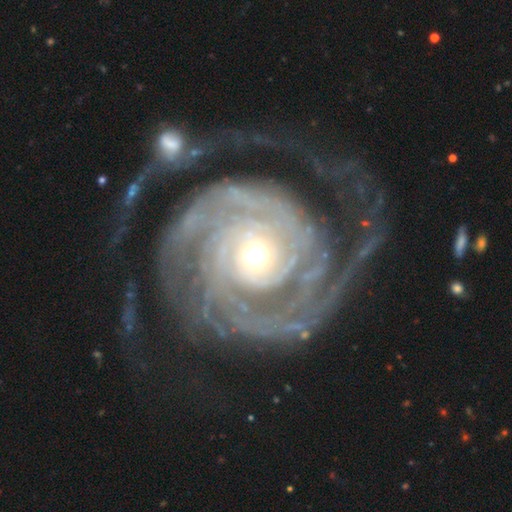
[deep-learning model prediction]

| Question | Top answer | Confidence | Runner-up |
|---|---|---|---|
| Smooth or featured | featured or disk | 93% | star or artifact (4%) |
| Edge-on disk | no | 98% | yes (2%) |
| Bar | no | 74% | weak (17%) |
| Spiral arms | yes | 98% | no (2%) |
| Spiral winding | tight | 68% | medium (22%) |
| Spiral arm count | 2 | 31% | can't tell (18%) |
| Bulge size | moderate | 58% | small (34%) |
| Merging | none | 51% | major disturbance (32%) |